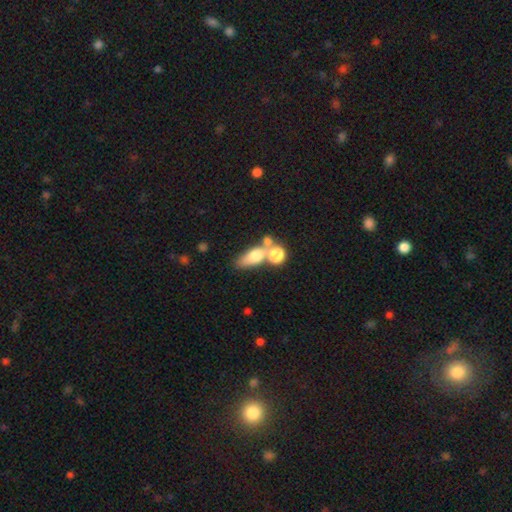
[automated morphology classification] Overall: smooth (66%). How rounded: in between (61%; cigar-shaped 22%). Merging: merger (41%; none 40%).